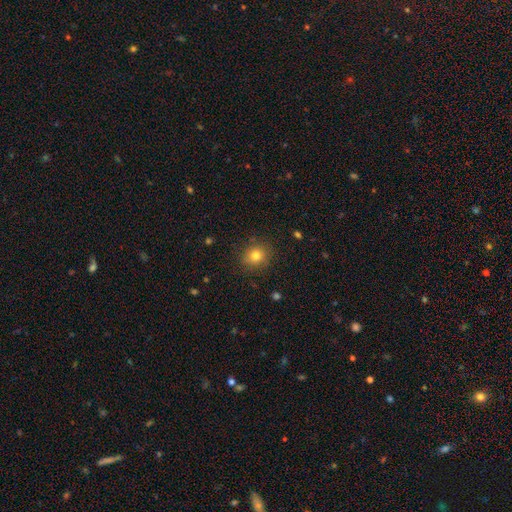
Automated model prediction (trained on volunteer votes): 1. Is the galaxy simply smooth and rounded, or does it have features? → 80% smooth, 12% star or artifact, 8% featured or disk.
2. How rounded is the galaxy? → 82% round, 17% in between, 1% cigar-shaped.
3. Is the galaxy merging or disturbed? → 85% none, 10% minor disturbance, 3% major disturbance, 1% merger.